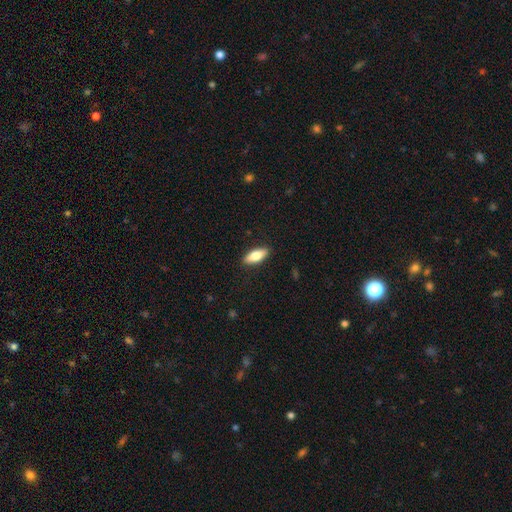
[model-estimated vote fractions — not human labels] Overall: smooth (74%). How rounded: in between (71%). Merging: none (89%).